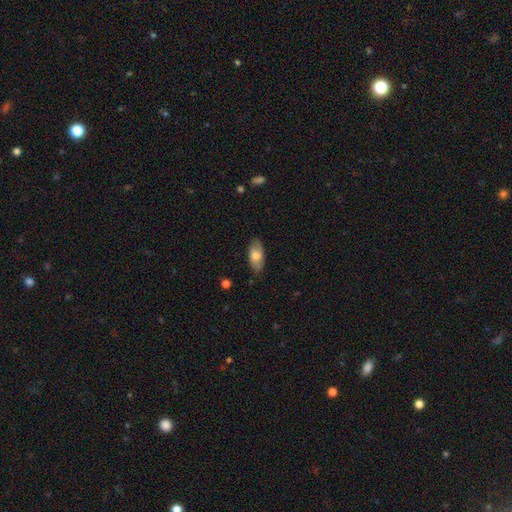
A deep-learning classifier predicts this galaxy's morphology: smooth_or_featured: smooth (p=0.72) [alt: featured or disk p=0.22]
how_rounded: in between (p=0.91) [alt: cigar-shaped p=0.07]
merging: none (p=0.82) [alt: minor disturbance p=0.14]